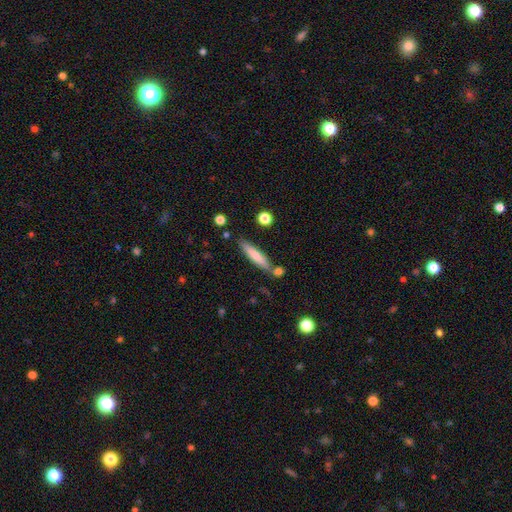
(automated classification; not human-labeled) Smooth or featured: smooth — 72% (featured or disk — 22%)
How rounded: cigar-shaped — 88% (in between — 10%)
Merging: none — 74% (minor disturbance — 13%)